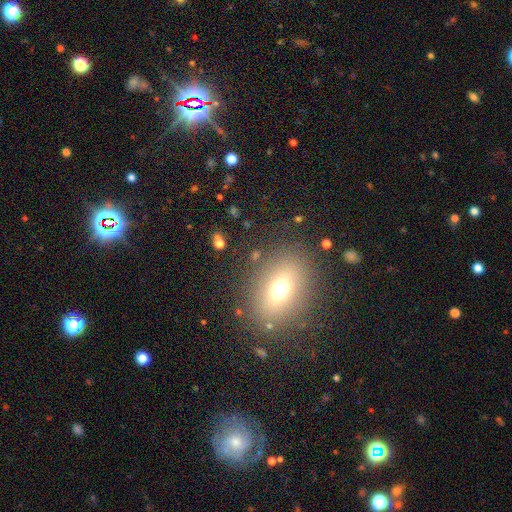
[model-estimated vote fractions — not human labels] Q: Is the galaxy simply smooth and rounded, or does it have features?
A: smooth — 62%.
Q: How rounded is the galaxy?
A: in between — 62%.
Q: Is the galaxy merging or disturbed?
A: none — 81%.